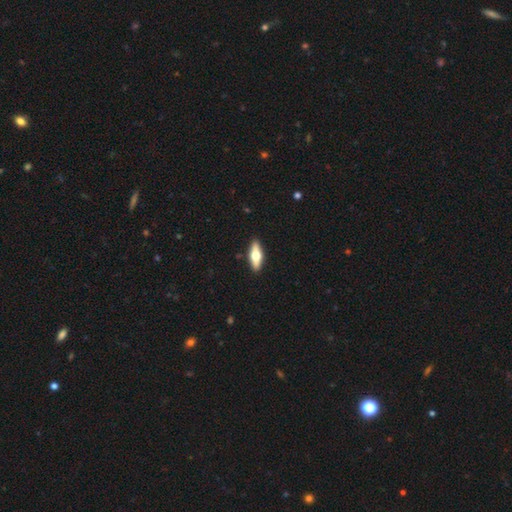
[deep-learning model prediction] smooth-or-featured: featured or disk: 47% (tied) | smooth: 47% (tied) | star or artifact: 5%
  merging: none: 90% | minor disturbance: 7% | major disturbance: 2% | merger: 1%